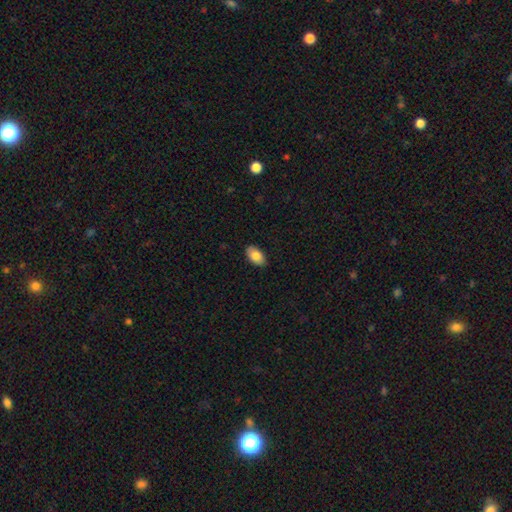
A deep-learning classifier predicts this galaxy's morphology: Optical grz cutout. It shows a smooth galaxy with no disk features (84%) that is in between round and cigar-shaped (93%). Merging: none (88%).